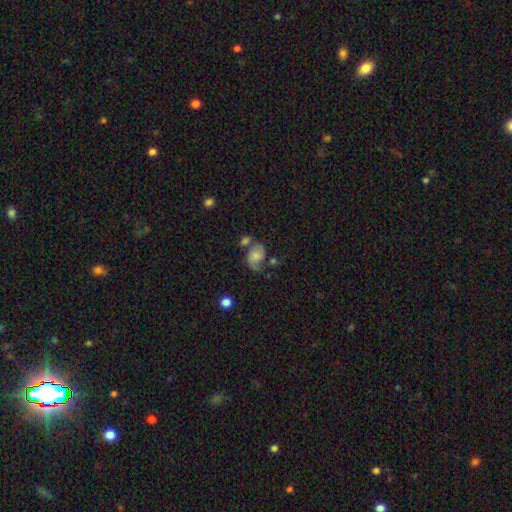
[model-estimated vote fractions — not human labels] Smooth or featured: featured or disk — 58% (smooth — 33%)
Edge-on disk: no — 97% (yes — 3%)
Bar: no — 70% (weak — 25%)
Spiral arms: yes — 88% (no — 12%)
Bulge size: small — 43% (moderate — 40%)
Merging: none — 42% (minor disturbance — 23%)